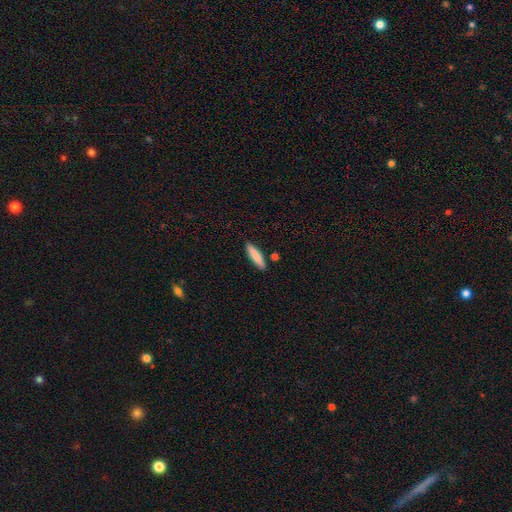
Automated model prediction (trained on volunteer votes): Overall: smooth (81%). How rounded: cigar-shaped (84%). Merging: none (86%).